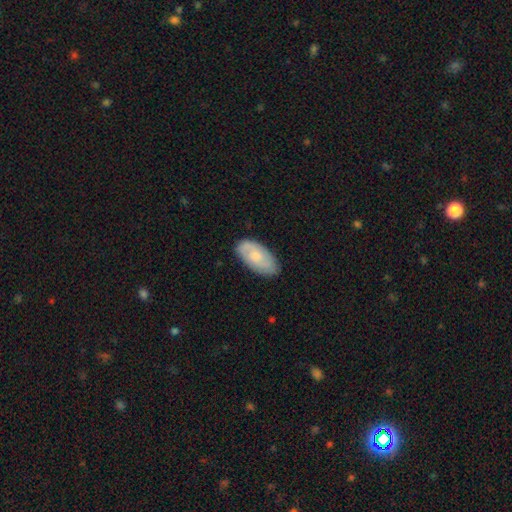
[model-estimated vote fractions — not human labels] smooth_or_featured: smooth (p=0.58) [alt: featured or disk p=0.36]
how_rounded: in between (p=0.94) [alt: cigar-shaped p=0.04]
merging: none (p=0.79) [alt: minor disturbance p=0.16]